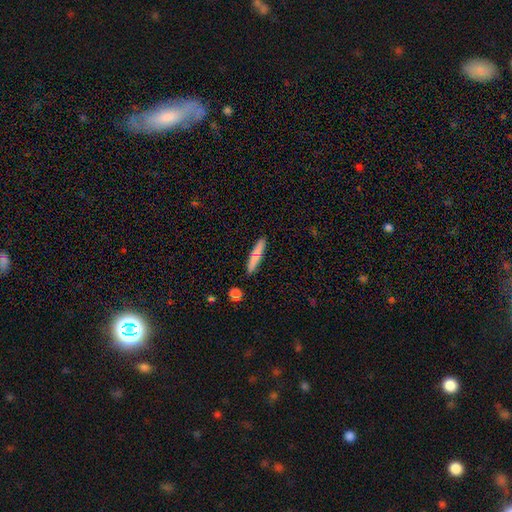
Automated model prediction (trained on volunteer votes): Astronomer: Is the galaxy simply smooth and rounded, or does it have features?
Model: smooth — 73%.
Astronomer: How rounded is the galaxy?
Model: cigar-shaped — 90%.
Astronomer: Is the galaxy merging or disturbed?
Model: none — 86%.